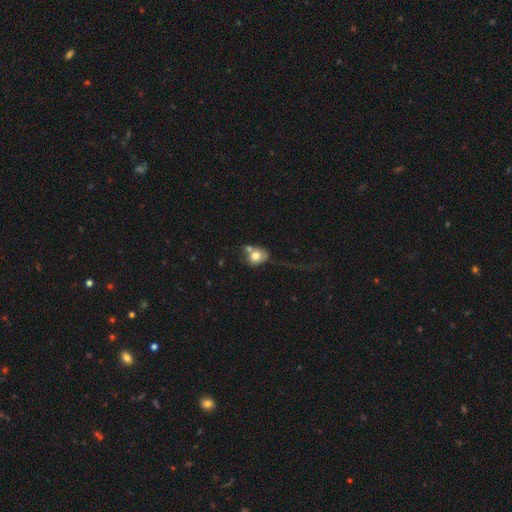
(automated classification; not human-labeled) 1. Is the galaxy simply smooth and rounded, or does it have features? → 70% smooth, 21% featured or disk, 9% star or artifact.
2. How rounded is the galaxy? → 51% round, 48% in between, 1% cigar-shaped.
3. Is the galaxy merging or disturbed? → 37% merger, 30% none, 16% major disturbance, 16% minor disturbance.